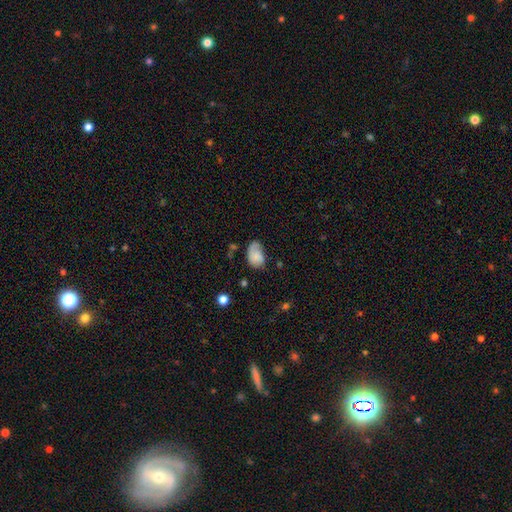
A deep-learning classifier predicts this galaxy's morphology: This is likely a smooth galaxy (68%). How rounded: clearly in between (86%). Merging: marginally none (45%).